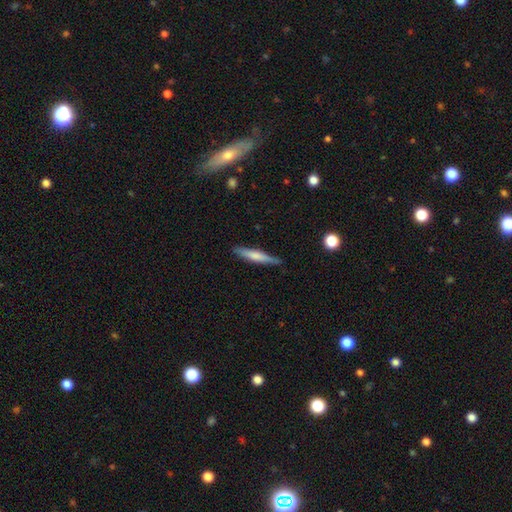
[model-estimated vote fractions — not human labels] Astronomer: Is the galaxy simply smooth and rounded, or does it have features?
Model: smooth — 59% (runner-up: featured or disk, 35%).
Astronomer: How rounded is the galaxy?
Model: cigar-shaped — 92%.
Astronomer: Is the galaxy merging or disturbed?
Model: none — 84%.